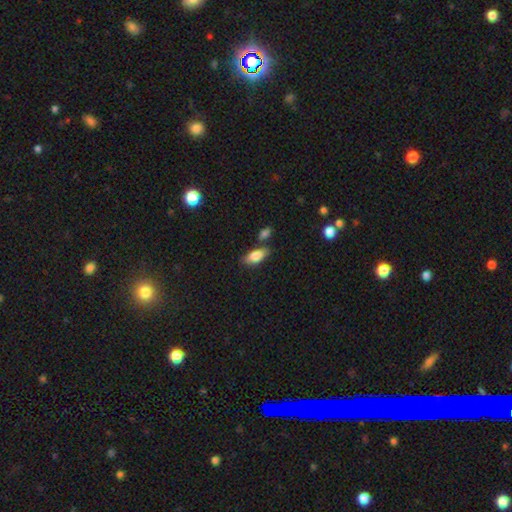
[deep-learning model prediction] Smooth or featured? smooth (81%)
How rounded? in between (85%)
Merging? none (67%)